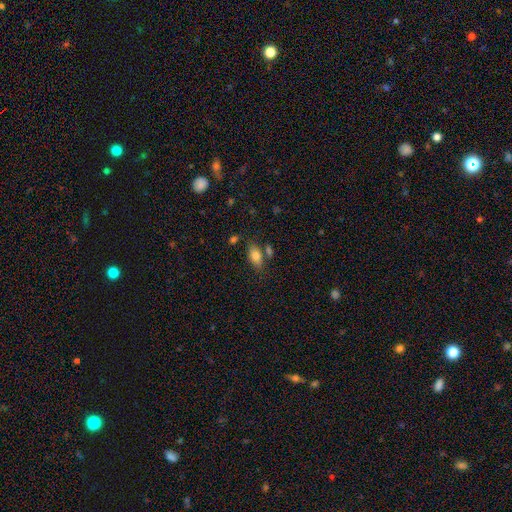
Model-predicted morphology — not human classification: This appears to be a smooth galaxy with no disk features (81%) that is in between round and cigar-shaped (88%). Merging: none (69%).